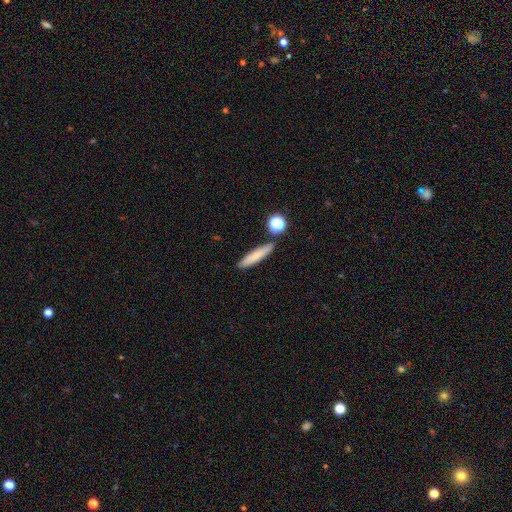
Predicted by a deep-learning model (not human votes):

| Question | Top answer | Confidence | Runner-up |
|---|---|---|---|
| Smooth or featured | smooth | 77% | featured or disk (15%) |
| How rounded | cigar-shaped | 85% | in between (13%) |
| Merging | none | 84% | minor disturbance (9%) |